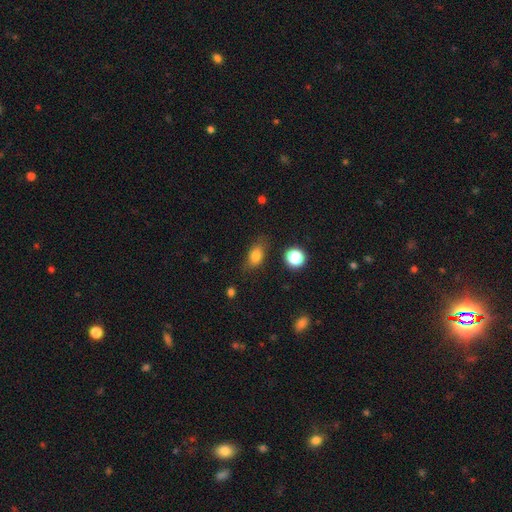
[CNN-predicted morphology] Smooth or featured? Predicted: smooth (p=0.79). How rounded? Predicted: in between (p=0.80). Merging? Predicted: none (p=0.77).